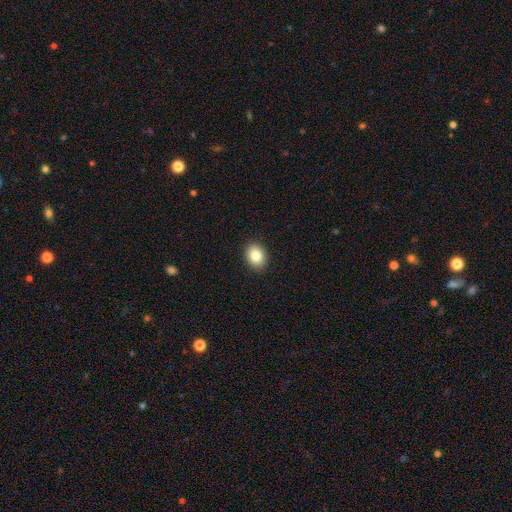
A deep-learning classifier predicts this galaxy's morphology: This appears to be a smooth galaxy with no disk features (84%) that is in between round and cigar-shaped (60%). Merging: none (91%).